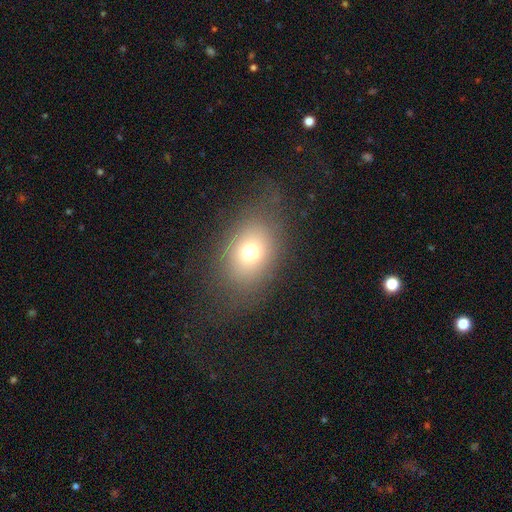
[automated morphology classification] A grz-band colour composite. It shows a smooth galaxy with no disk features (69%) that is in between round and cigar-shaped (62%). Merging: none (70%).